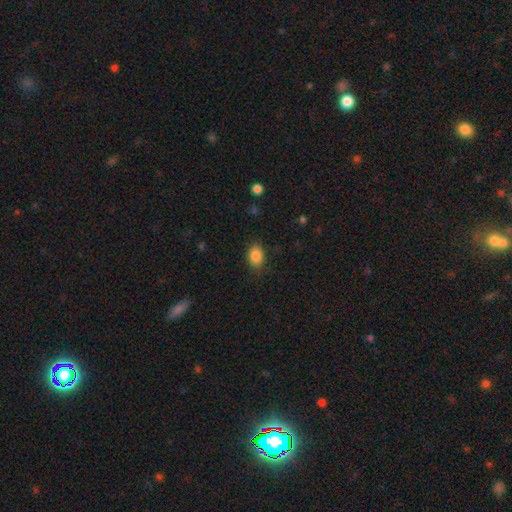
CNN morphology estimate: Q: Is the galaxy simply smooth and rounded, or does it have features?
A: smooth — 86%.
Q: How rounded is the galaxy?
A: in between — 76%.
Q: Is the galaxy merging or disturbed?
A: none — 83%.